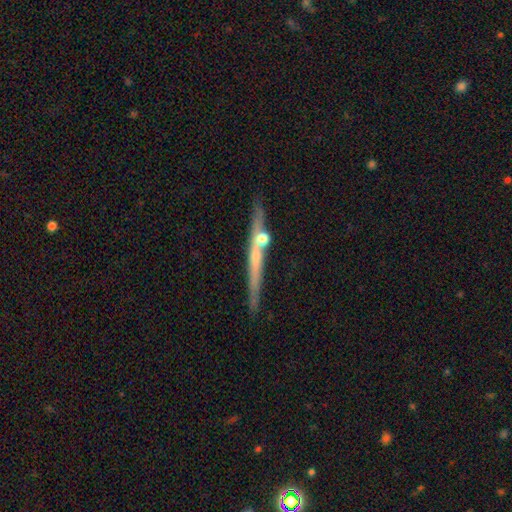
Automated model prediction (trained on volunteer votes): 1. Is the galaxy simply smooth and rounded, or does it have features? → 69% featured or disk, 23% smooth, 8% star or artifact.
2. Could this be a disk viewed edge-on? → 96% yes, 4% no.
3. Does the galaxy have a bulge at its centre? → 57% rounded, 38% none, 6% boxy.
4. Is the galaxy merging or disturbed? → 81% none, 9% minor disturbance, 7% merger, 3% major disturbance.